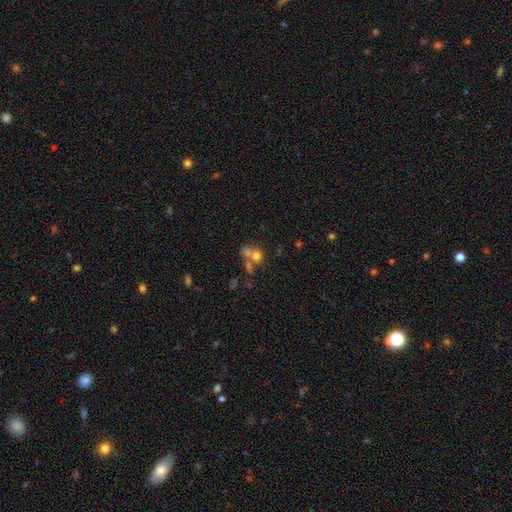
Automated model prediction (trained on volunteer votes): Smooth or featured: smooth — 64% (featured or disk — 21%)
How rounded: round — 71% (in between — 27%)
Merging: merger — 58% (none — 29%)